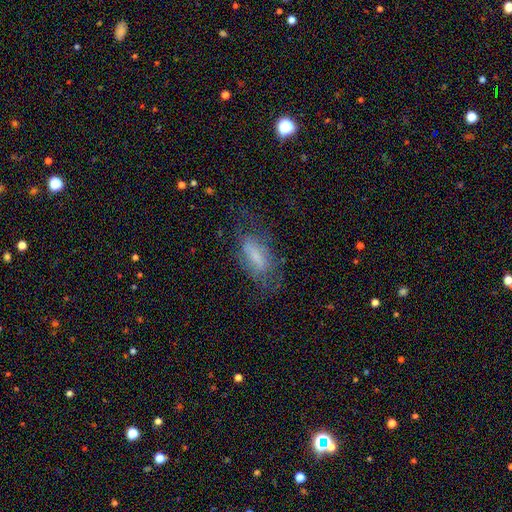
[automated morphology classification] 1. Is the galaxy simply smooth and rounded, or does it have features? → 49% smooth, 41% featured or disk, 10% star or artifact.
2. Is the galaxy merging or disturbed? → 51% none, 24% minor disturbance, 23% major disturbance, 2% merger.